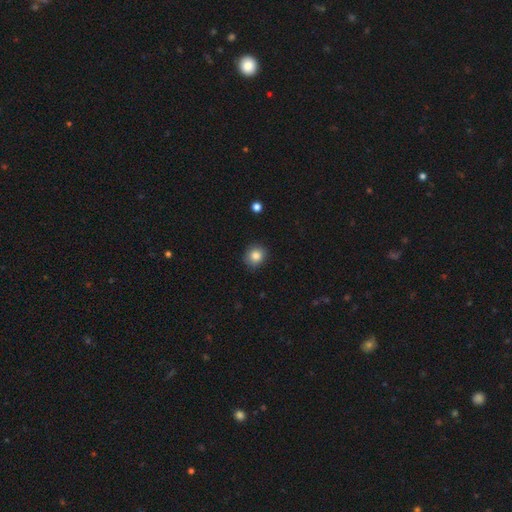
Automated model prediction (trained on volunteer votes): Smooth or featured?
  - smooth: 84% *
  - star or artifact: 10%
  - featured or disk: 6%
How rounded?
  - round: 82% *
  - in between: 17%
  - cigar-shaped: 1%
Merging?
  - none: 87% *
  - minor disturbance: 10%
  - major disturbance: 2%
  - merger: 1%